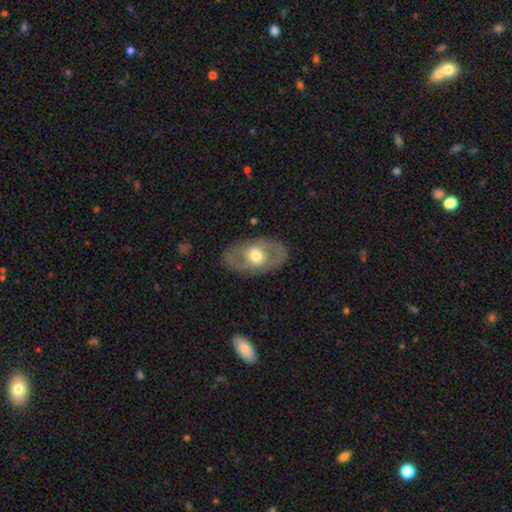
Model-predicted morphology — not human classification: This appears to be a featured or disk galaxy (58%) with no bar (63%), no spiral arms (64%) and a moderate central bulge (69%). Merging: none (82%).